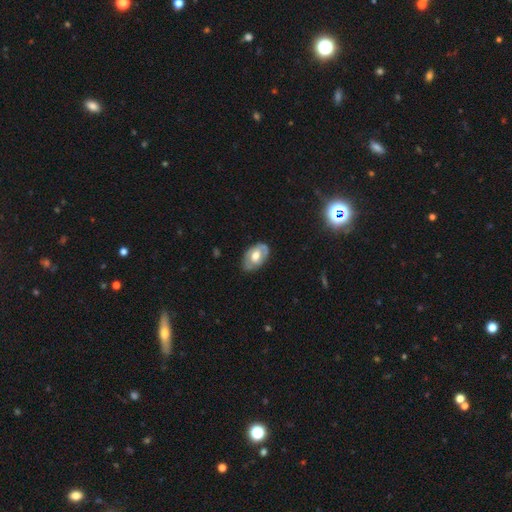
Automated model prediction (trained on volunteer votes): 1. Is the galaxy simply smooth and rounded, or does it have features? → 54% featured or disk, 41% smooth, 6% star or artifact.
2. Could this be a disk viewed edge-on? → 91% no, 9% yes.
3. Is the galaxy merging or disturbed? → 72% none, 22% minor disturbance, 5% major disturbance, 1% merger.